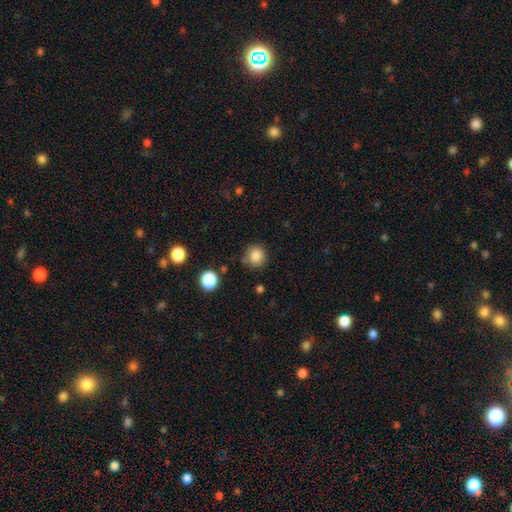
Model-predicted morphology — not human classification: This appears to be a smooth galaxy with no disk features (84%) that is round (89%). Merging: none (82%).